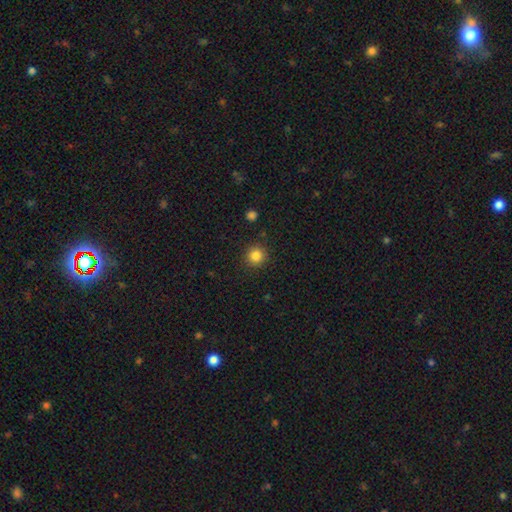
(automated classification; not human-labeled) A smooth galaxy with no disk features (85%) that is round (94%).

Vote fractions:
- Smooth or featured? smooth: 85% / star or artifact: 11% / featured or disk: 4%
- How rounded? round: 94% / in between: 6% / cigar-shaped: 1%
- Merging? none: 90% / minor disturbance: 6% / major disturbance: 2% / merger: 2%